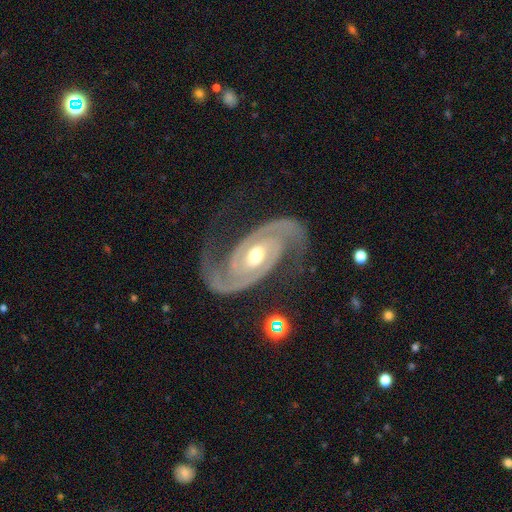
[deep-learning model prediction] This is clearly a featured or disk galaxy (94%). It is clearly not viewed edge-on (97%). Bar: possibly no (49%). Spiral arm pattern: clearly yes (99%). Spiral arm count: clearly 2 (95%). Spiral winding: possibly medium (52%). Central bulge: likely moderate (74%). Merging: likely none (78%).